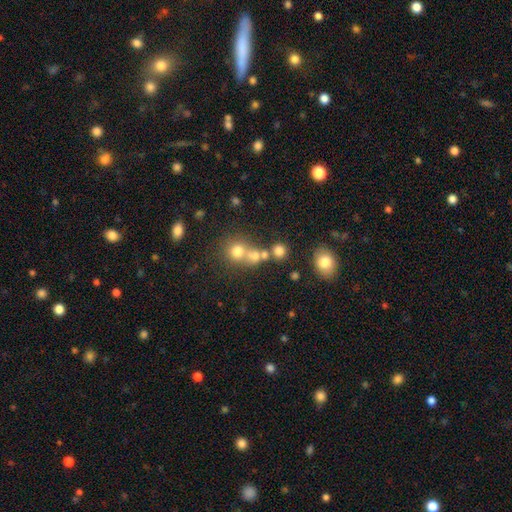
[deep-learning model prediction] Smooth or featured?
  - smooth: 68% *
  - star or artifact: 19%
  - featured or disk: 13%
How rounded?
  - round: 84% *
  - in between: 15%
  - cigar-shaped: 1%
Merging?
  - none: 48% *
  - merger: 39%
  - minor disturbance: 8%
  - major disturbance: 5%